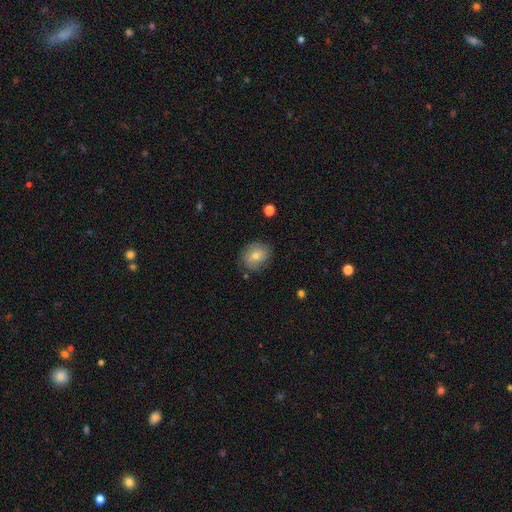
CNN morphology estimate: Q: Smooth or featured?
A: smooth (57%); runner-up: featured or disk (31%)
Q: How rounded?
A: round (72%); runner-up: in between (27%)
Q: Merging?
A: none (79%); runner-up: minor disturbance (15%)